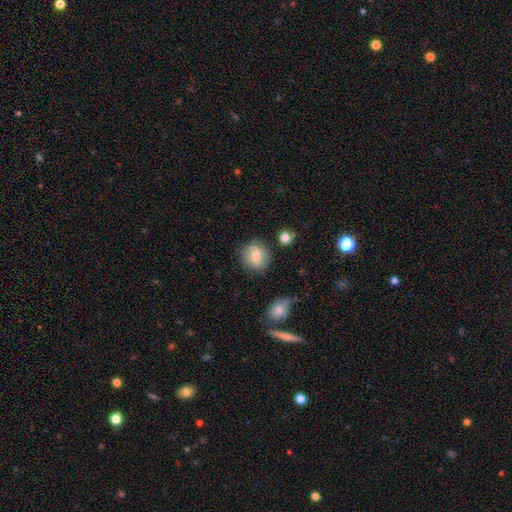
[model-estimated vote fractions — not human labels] smooth-or-featured: smooth: 72% | featured or disk: 20% | star or artifact: 8%
  how-rounded: round: 82% | in between: 17% | cigar-shaped: 1%
  merging: none: 80% | minor disturbance: 14% | major disturbance: 3% | merger: 3%